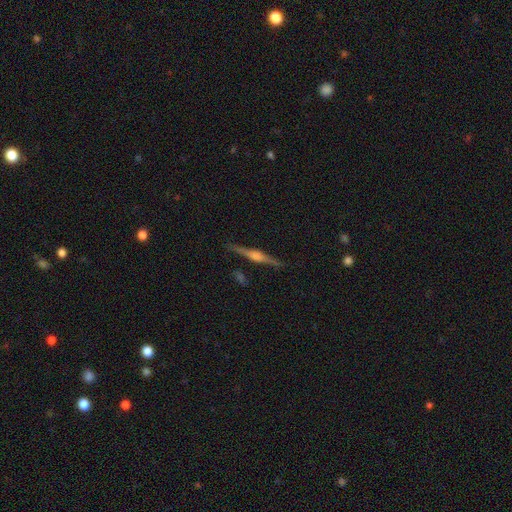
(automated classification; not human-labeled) A featured or disk galaxy (81%) viewed edge-on (98%) with a rounded central bulge (82%).

Vote fractions:
- Smooth or featured? featured or disk: 81% / smooth: 13% / star or artifact: 6%
- Edge-on disk? yes: 98% / no: 2%
- Edge-on bulge? rounded: 82% / boxy: 13% / none: 4%
- Merging? none: 89% / minor disturbance: 7% / major disturbance: 2% / merger: 1%